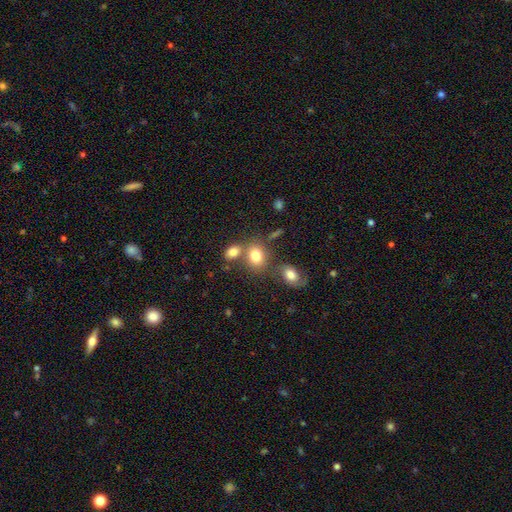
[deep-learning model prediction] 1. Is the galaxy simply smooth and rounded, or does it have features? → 79% smooth, 11% star or artifact, 11% featured or disk.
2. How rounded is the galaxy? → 58% in between, 41% round, 1% cigar-shaped.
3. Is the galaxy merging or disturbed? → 53% none, 30% merger, 11% minor disturbance, 5% major disturbance.